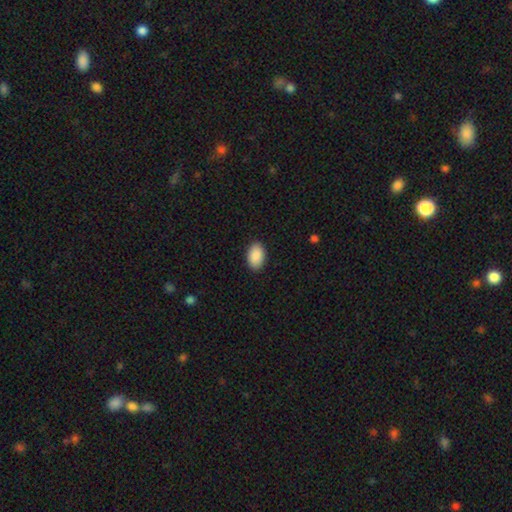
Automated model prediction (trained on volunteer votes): This appears to be a smooth galaxy with no disk features (91%) that is in between round and cigar-shaped (92%). Merging: none (90%).